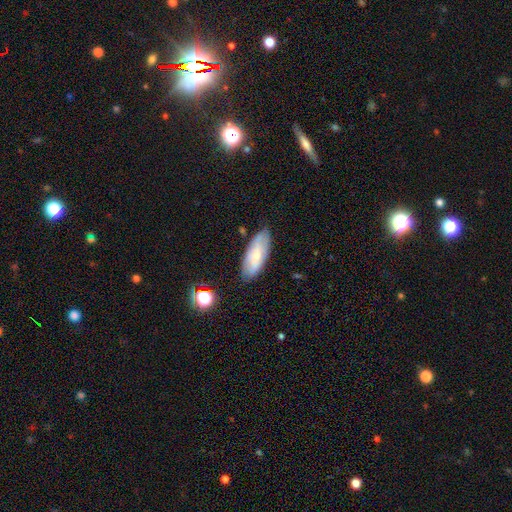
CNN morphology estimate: This is possibly a smooth galaxy (55%). How rounded: likely in between (78%). Merging: likely none (79%).